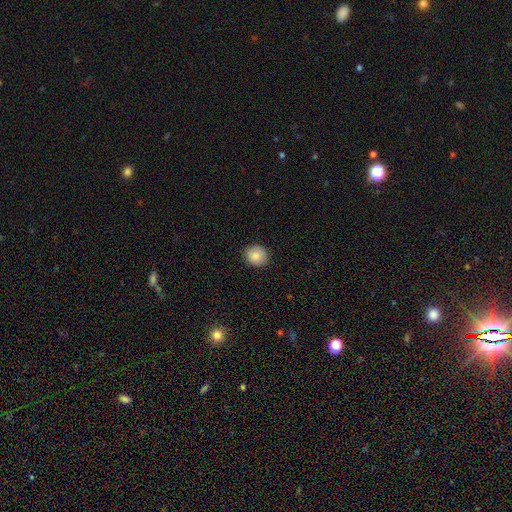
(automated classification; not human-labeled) A smooth galaxy with no disk features (86%) that is round (84%). Merging: none (90%).